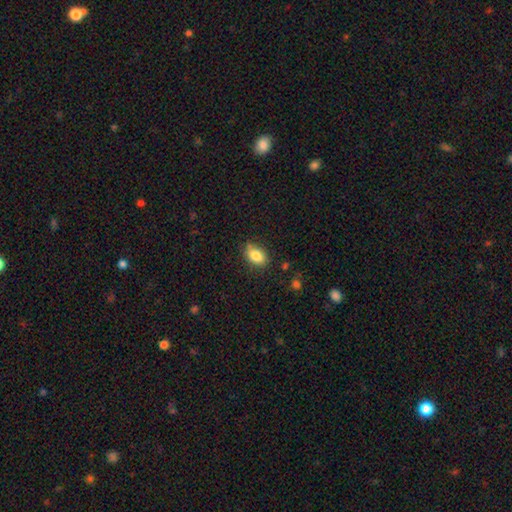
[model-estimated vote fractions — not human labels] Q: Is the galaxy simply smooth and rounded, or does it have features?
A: smooth — 85%.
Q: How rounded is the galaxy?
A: in between — 84%.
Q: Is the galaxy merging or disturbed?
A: none — 76%.